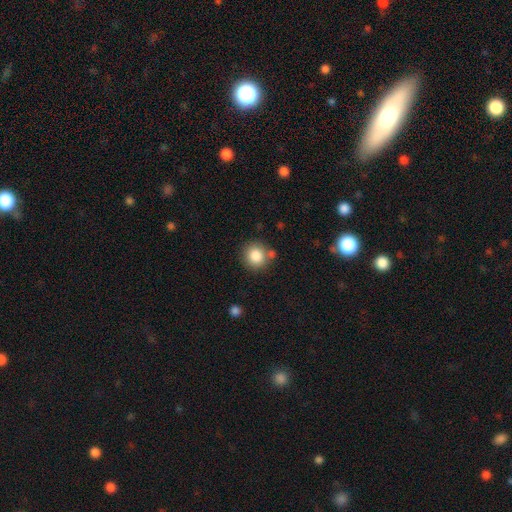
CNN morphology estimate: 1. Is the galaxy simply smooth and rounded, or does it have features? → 85% smooth, 9% star or artifact, 6% featured or disk.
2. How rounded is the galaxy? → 89% round, 10% in between, 1% cigar-shaped.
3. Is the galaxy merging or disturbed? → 72% none, 12% merger, 12% minor disturbance, 4% major disturbance.